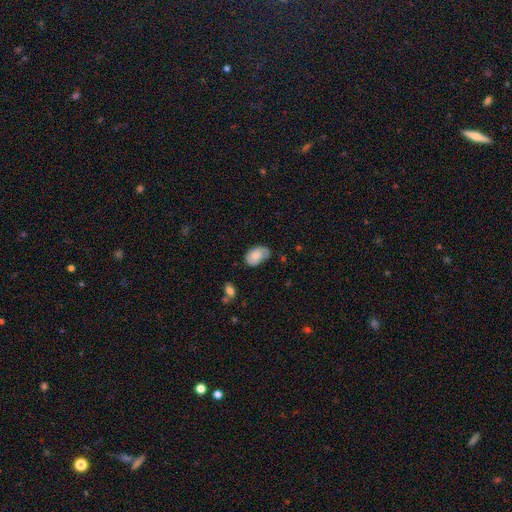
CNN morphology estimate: A smooth galaxy with no disk features (77%) that is in between round and cigar-shaped (91%). Merging: none (57%).